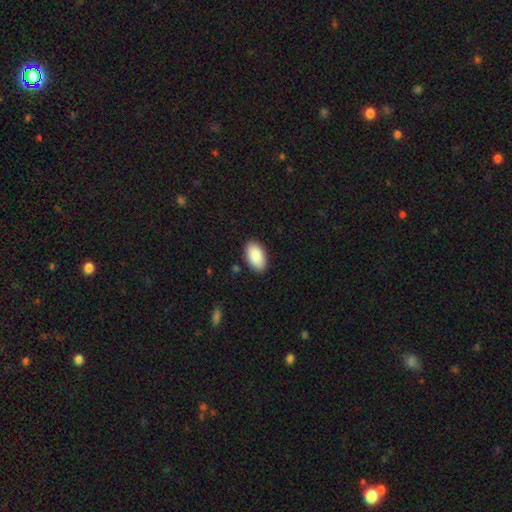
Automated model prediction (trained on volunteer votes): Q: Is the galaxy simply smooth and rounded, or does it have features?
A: smooth — 90%.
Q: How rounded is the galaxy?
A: in between — 95%.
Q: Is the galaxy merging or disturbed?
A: none — 88%.